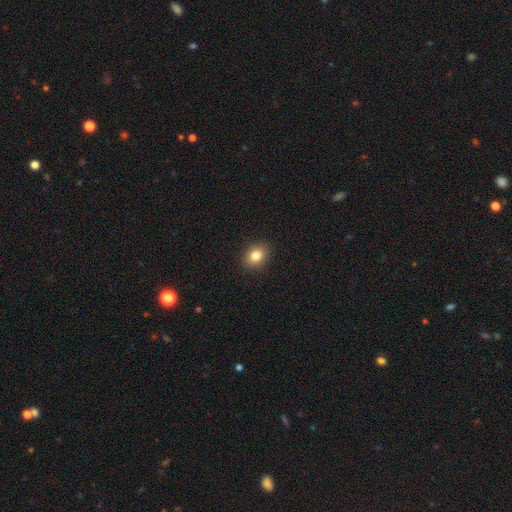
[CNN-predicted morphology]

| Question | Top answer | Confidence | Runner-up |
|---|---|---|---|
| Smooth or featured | smooth | 83% | star or artifact (10%) |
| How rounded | in between | 59% | round (40%) |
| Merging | none | 90% | minor disturbance (7%) |